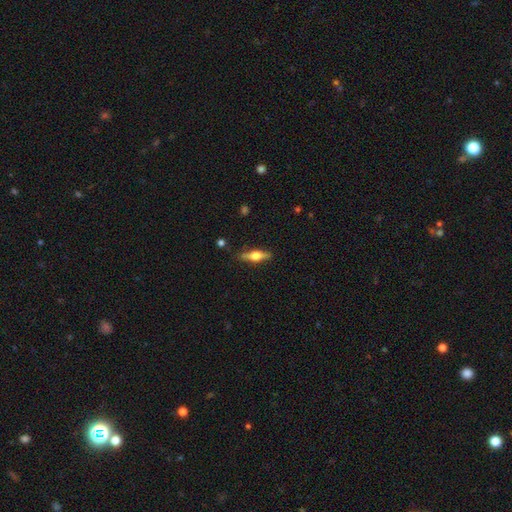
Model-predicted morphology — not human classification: smooth-or-featured: featured or disk: 57% | smooth: 37% | star or artifact: 6%
  disk-edge-on: yes: 94% | no: 6%
    edge-on-bulge: rounded: 94% | boxy: 4% | none: 2%
  merging: none: 87% | minor disturbance: 10% | major disturbance: 2% | merger: 1%